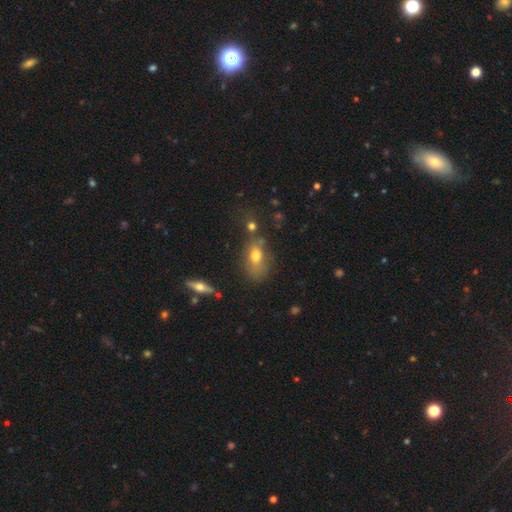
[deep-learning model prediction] Smooth or featured? Predicted: smooth (p=0.67). How rounded? Predicted: in between (p=0.80). Merging? Predicted: none (p=0.52).